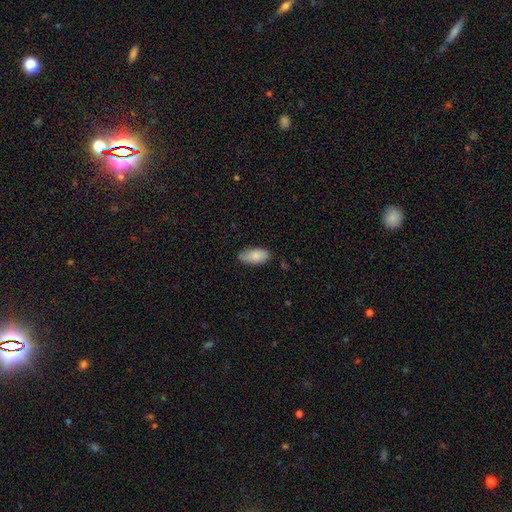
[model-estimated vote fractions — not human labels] smooth 83%, featured or disk 11%, star or artifact 6%. Down the decision tree: how rounded — in between (94%); merging — none (78%).